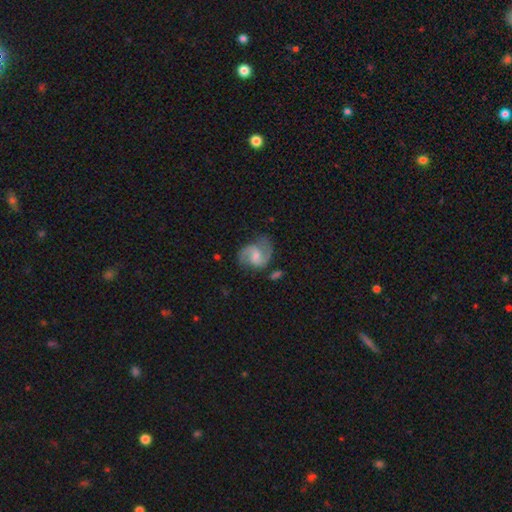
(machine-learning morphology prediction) type=featured or disk (83%); edge-on=no (98%); bar=weak (54%); spiral arms=yes (96%); winding=medium (54%); arm count=2 (91%); bulge=small (40%); merging=none (71%).